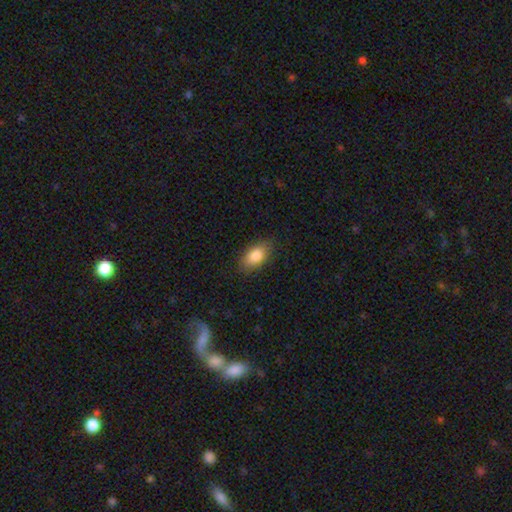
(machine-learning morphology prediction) type=smooth (84%); roundness=in between (90%); merging=none (82%).